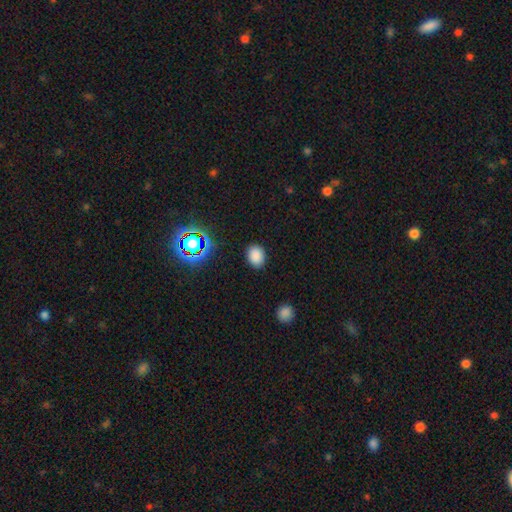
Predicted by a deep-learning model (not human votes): Smooth or featured? smooth (82%)
How rounded? in between (68%)
Merging? none (87%)